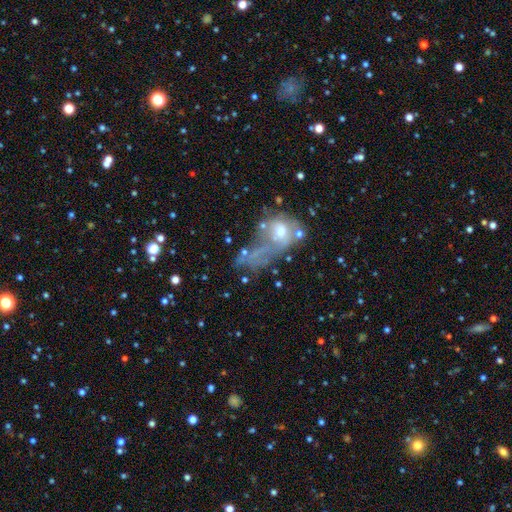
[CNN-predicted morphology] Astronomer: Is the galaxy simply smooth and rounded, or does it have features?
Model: featured or disk — 44% (runner-up: smooth, 36%).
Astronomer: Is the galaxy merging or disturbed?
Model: major disturbance — 41% (runner-up: merger, 29%).